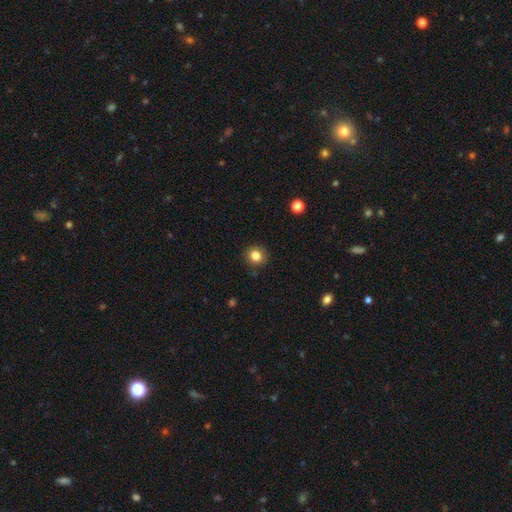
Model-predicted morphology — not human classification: type=smooth (83%); roundness=round (88%); merging=none (88%).